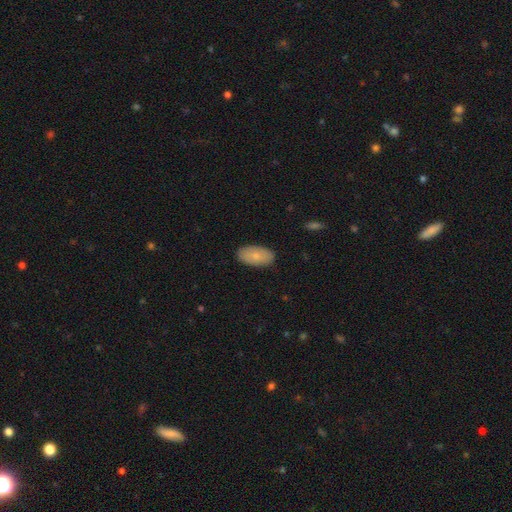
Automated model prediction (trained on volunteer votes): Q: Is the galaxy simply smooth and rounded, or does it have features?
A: smooth — 78%.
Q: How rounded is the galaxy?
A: in between — 95%.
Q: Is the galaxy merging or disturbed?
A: none — 88%.